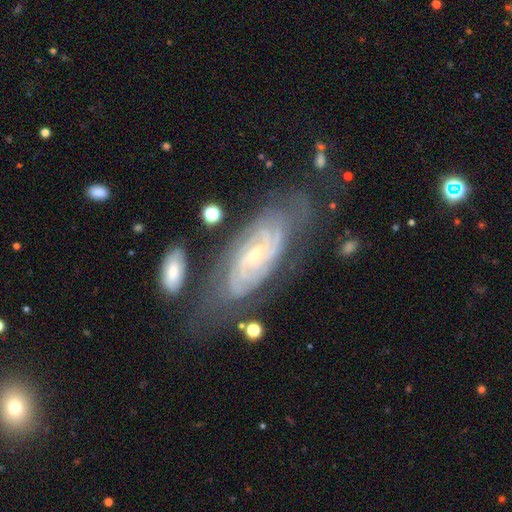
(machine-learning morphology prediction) type=featured or disk (88%); edge-on=no (94%); bar=no (56%); spiral arms=yes (97%); winding=tight (70%); arm count=2 (34%); bulge=small (73%); merging=none (65%).